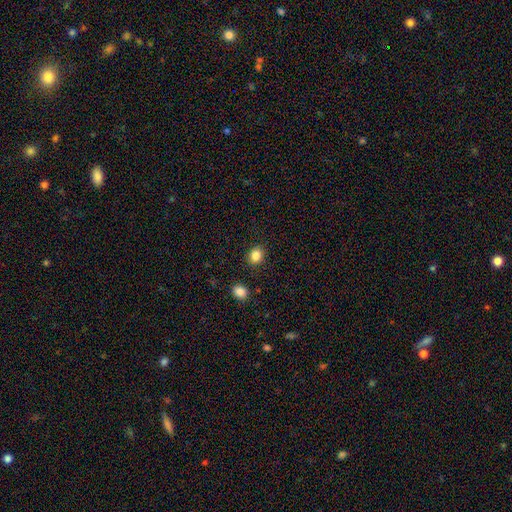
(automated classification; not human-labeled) Smooth or featured?
  - smooth: 85% *
  - star or artifact: 10%
  - featured or disk: 5%
How rounded?
  - round: 67% *
  - in between: 32%
  - cigar-shaped: 1%
Merging?
  - none: 89% *
  - minor disturbance: 7%
  - merger: 2%
  - major disturbance: 2%